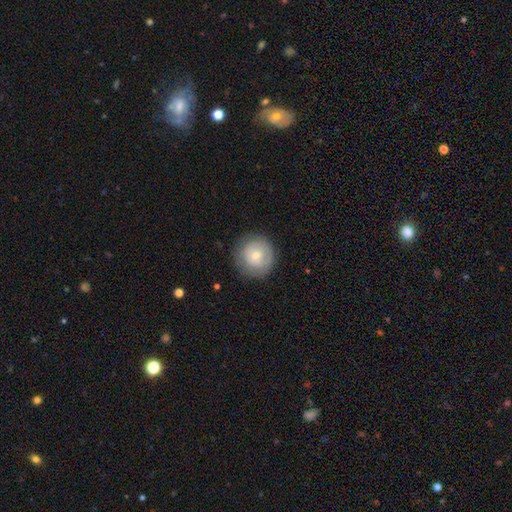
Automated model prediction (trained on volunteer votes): Smooth or featured?
  - smooth: 66% *
  - featured or disk: 27%
  - star or artifact: 7%
How rounded?
  - round: 93% *
  - in between: 6%
  - cigar-shaped: 1%
Merging?
  - none: 80% *
  - minor disturbance: 14%
  - major disturbance: 5%
  - merger: 1%